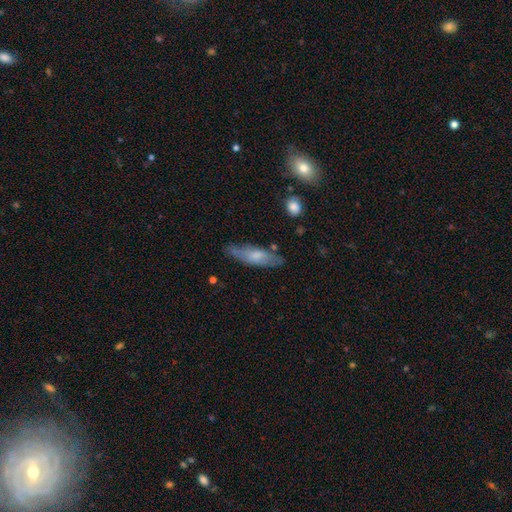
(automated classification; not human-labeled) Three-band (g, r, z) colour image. It shows a smooth galaxy with no disk features (60%) that is cigar-shaped (53%). Merging: none (73%).